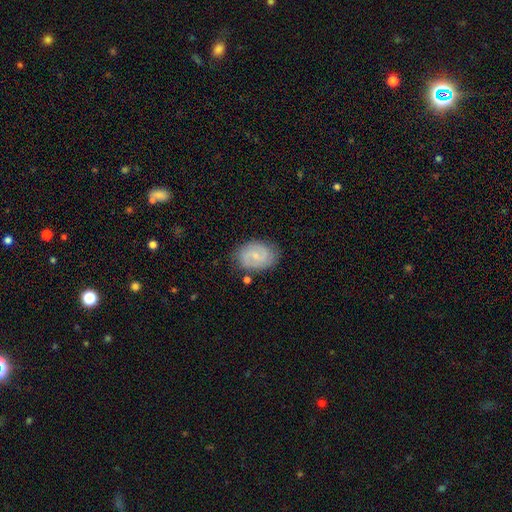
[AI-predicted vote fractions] Overall: featured or disk (64%; smooth 29%). Edge-on disk: no (98%). Bar: weak (47%; no 45%). Spiral arms: yes (91%). Spiral arm count: 2 (77%). Spiral winding: medium (45%; tight 38%). Bulge size: small (72%). Merging: none (78%).